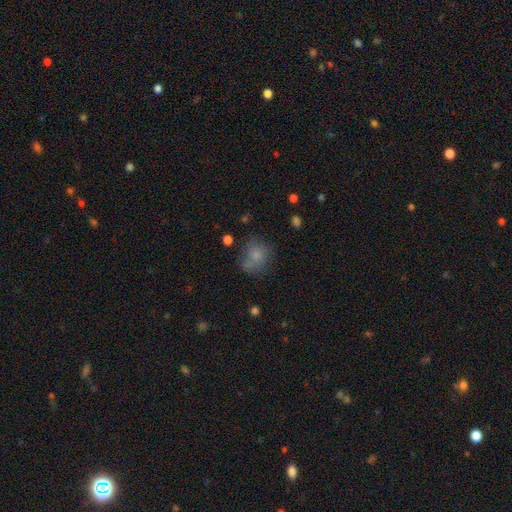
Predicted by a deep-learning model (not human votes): smooth 74%, featured or disk 14%, star or artifact 12%. Down the decision tree: how rounded — round (71%); merging — none (54%).